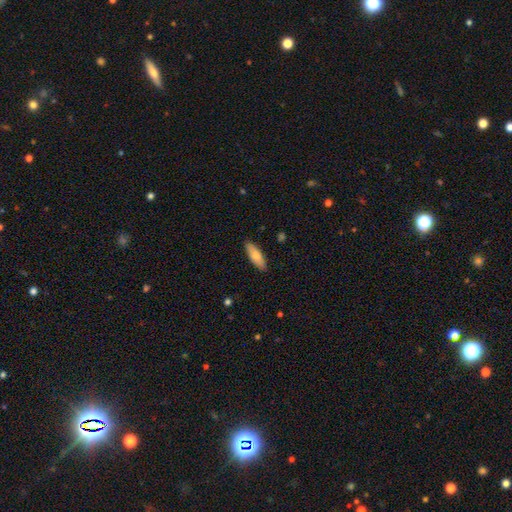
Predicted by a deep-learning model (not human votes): Smooth or featured? Predicted: smooth (p=0.78). How rounded? Predicted: in between (p=0.60). Merging? Predicted: none (p=0.88).